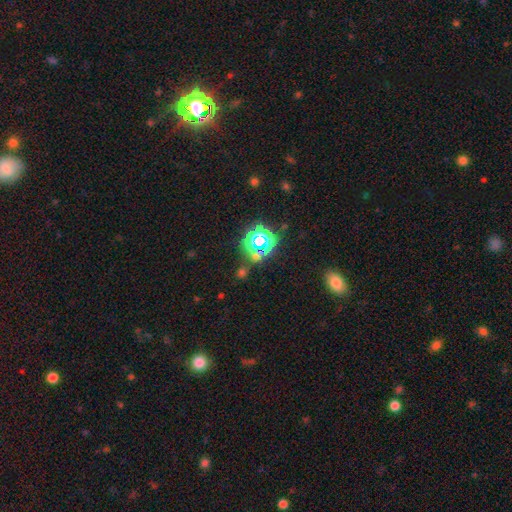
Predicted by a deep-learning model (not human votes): Smooth or featured? Predicted: star or artifact (p=0.66).